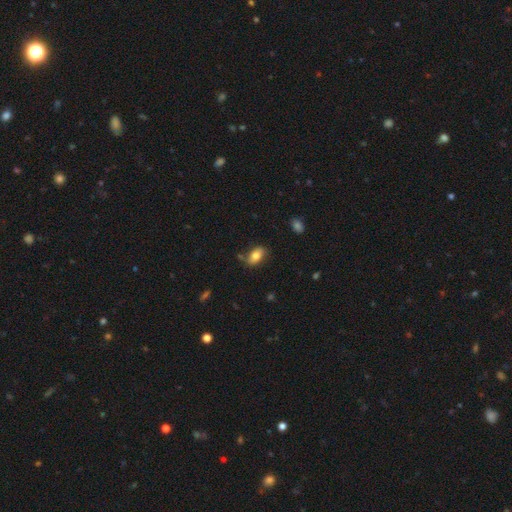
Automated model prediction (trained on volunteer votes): This appears to be a smooth galaxy with no disk features (77%) that is in between round and cigar-shaped (90%). Merging: none (74%).